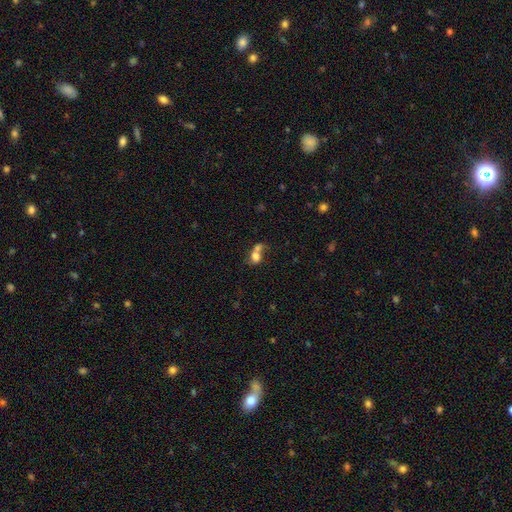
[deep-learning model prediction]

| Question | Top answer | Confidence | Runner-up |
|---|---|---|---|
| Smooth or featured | smooth | 72% | featured or disk (17%) |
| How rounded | in between | 53% | round (45%) |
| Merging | merger | 65% | none (19%) |